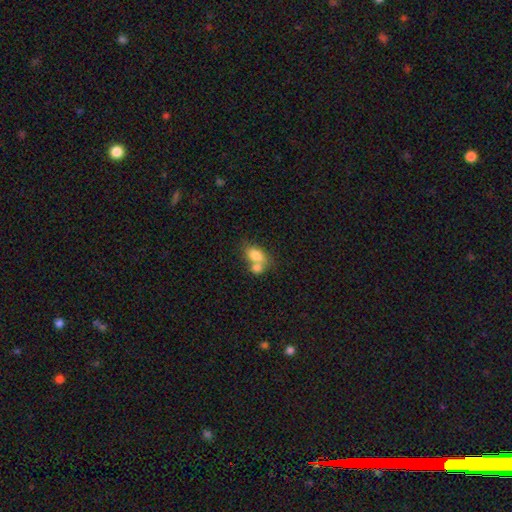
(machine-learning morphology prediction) Q: Smooth or featured?
A: smooth (79%); runner-up: featured or disk (13%)
Q: How rounded?
A: in between (81%); runner-up: round (17%)
Q: Merging?
A: merger (57%); runner-up: none (30%)